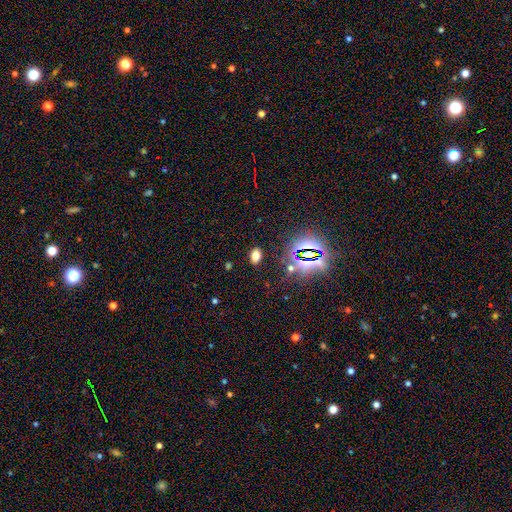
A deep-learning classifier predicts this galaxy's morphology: smooth-or-featured: smooth: 66% | star or artifact: 26% | featured or disk: 8%
  how-rounded: in between: 87% | round: 11% | cigar-shaped: 2%
  merging: none: 87% | minor disturbance: 8% | major disturbance: 3% | merger: 2%